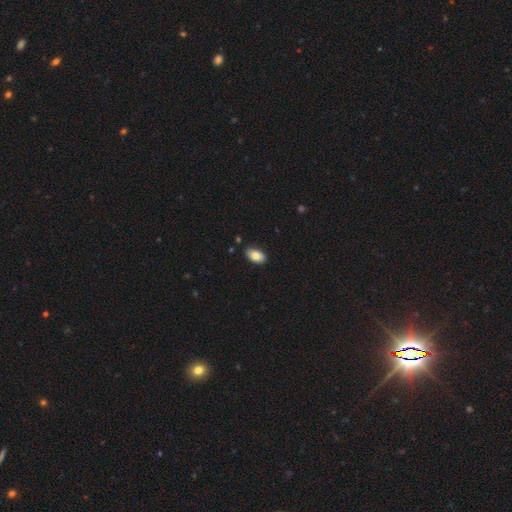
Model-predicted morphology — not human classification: Q: Smooth or featured?
A: smooth (84%); runner-up: featured or disk (9%)
Q: How rounded?
A: in between (94%); runner-up: round (4%)
Q: Merging?
A: none (85%); runner-up: minor disturbance (11%)